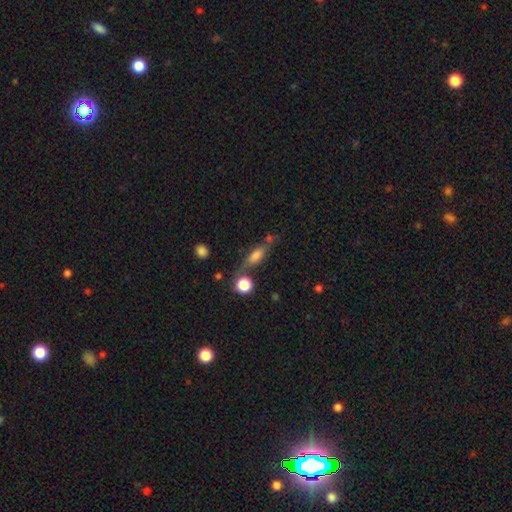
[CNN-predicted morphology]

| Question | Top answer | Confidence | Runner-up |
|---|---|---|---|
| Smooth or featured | smooth | 46% | featured or disk (41%) |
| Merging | none | 64% | minor disturbance (17%) |